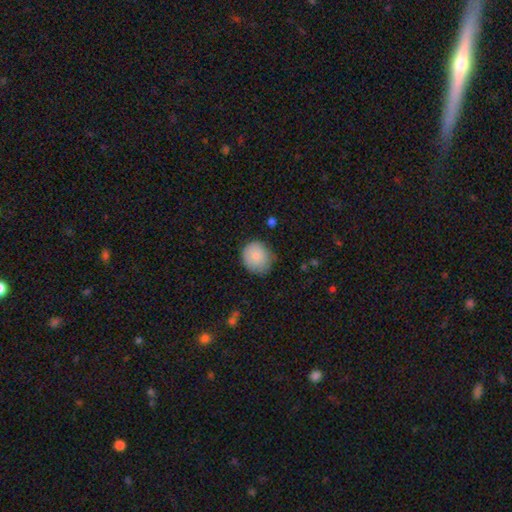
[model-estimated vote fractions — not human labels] A smooth galaxy with no disk features (84%) that is round (81%).

Vote fractions:
- Smooth or featured? smooth: 84% / featured or disk: 8% / star or artifact: 8%
- How rounded? round: 81% / in between: 18% / cigar-shaped: 1%
- Merging? none: 70% / minor disturbance: 23% / major disturbance: 5% / merger: 2%